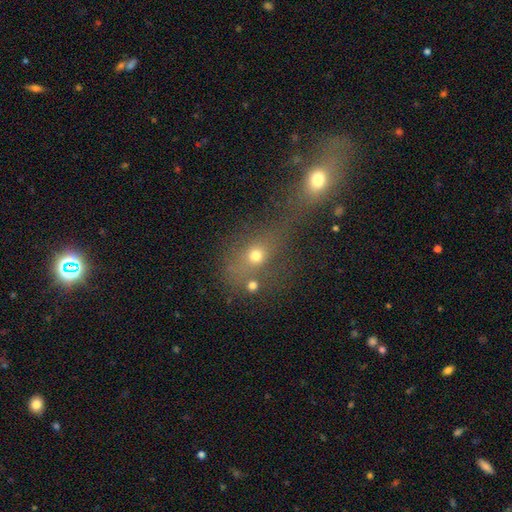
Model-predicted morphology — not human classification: A smooth galaxy with no disk features (60%) that is round (58%). Merging: merger (57%).